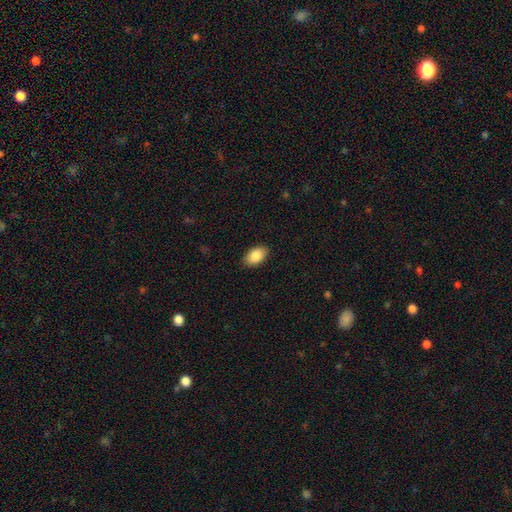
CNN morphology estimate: Smooth or featured? Predicted: smooth (p=0.88). How rounded? Predicted: in between (p=0.93). Merging? Predicted: none (p=0.88).